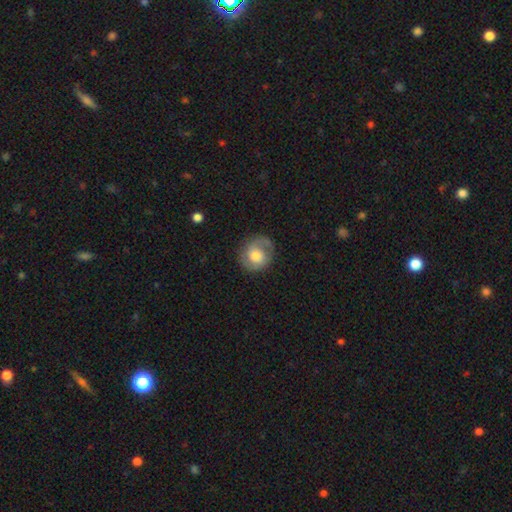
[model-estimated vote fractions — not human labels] Smooth or featured?
  - featured or disk: 60% *
  - smooth: 33%
  - star or artifact: 7%
Edge-on disk?
  - no: 97% *
  - yes: 3%
Bar?
  - no: 65% *
  - weak: 29%
  - strong: 6%
Spiral arms?
  - yes: 85% *
  - no: 15%
Bulge size?
  - moderate: 57% *
  - small: 23%
  - large: 15%
  - none: 3%
  - dominant: 2%
Merging?
  - none: 77% *
  - minor disturbance: 15%
  - major disturbance: 7%
  - merger: 1%